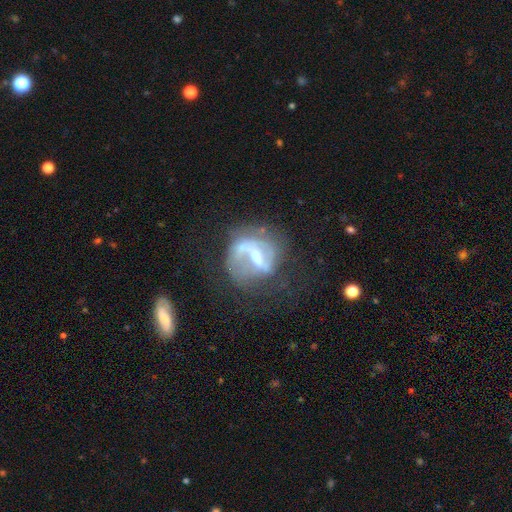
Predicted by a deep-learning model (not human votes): This appears to be a featured or disk galaxy (77%) with a weak bar (45%), 2 (64%) loose (44%) spiral arms (79%) and a moderate central bulge (47%). Merging: none (48%).